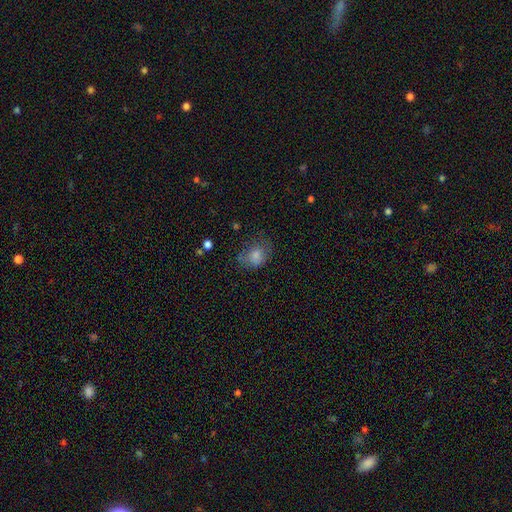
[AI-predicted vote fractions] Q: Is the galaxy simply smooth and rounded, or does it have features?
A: smooth — 76%.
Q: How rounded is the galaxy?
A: in between — 62%.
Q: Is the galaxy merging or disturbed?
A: none — 53%.